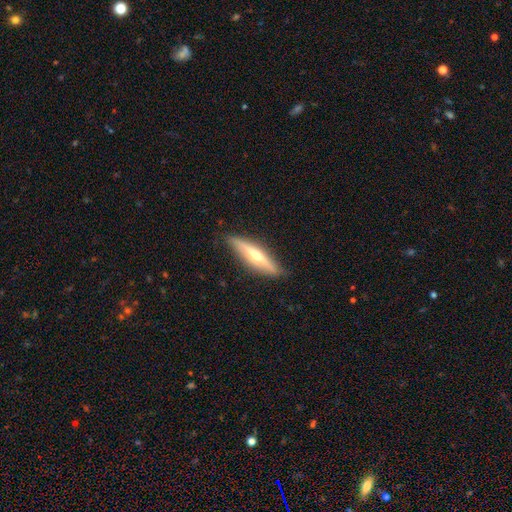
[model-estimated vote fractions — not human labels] Morphology: type=featured or disk (65%); edge-on=yes (92%); edge-on bulge=rounded (87%); merging=none (85%).